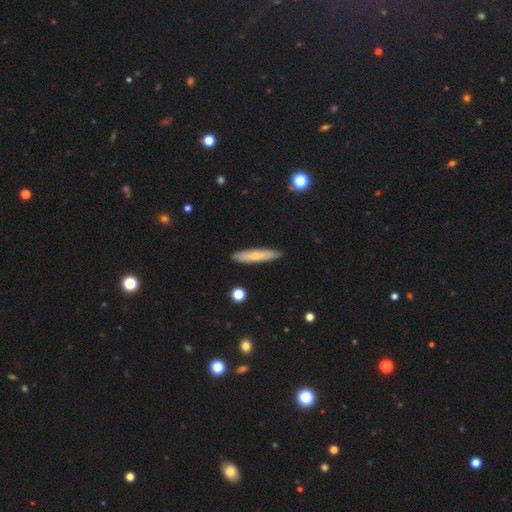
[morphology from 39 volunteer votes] smooth-or-featured: smooth: 64% | featured or disk: 31% | star or artifact: 5%
  how-rounded: cigar-shaped: 72% | in between: 20% | round: 8%
  merging: none: 92% | merger: 5% | minor disturbance: 3% | major disturbance: 0%